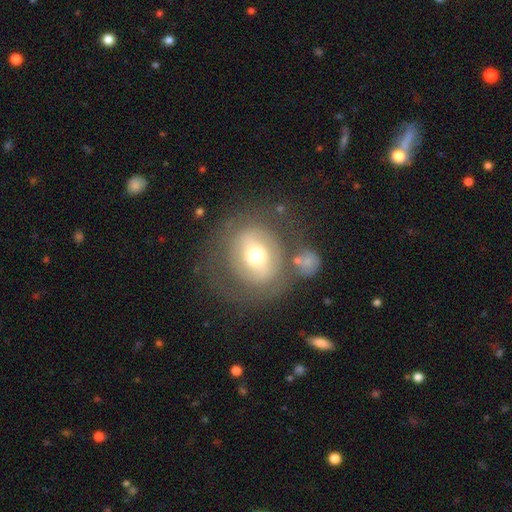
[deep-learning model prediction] A featured or disk galaxy (55%) with no bar (39%), no spiral arms (55%) and a moderate central bulge (68%).

Vote fractions:
- Smooth or featured? featured or disk: 55% / smooth: 37% / star or artifact: 8%
- Edge-on disk? no: 94% / yes: 6%
- Bar? no: 39% / weak: 35% / strong: 27%
- Spiral arms? no: 55% / yes: 45%
- Bulge size? moderate: 68% / large: 15% / small: 14% / dominant: 2% / none: 1%
- Merging? none: 63% / minor disturbance: 15% / major disturbance: 12% / merger: 10%